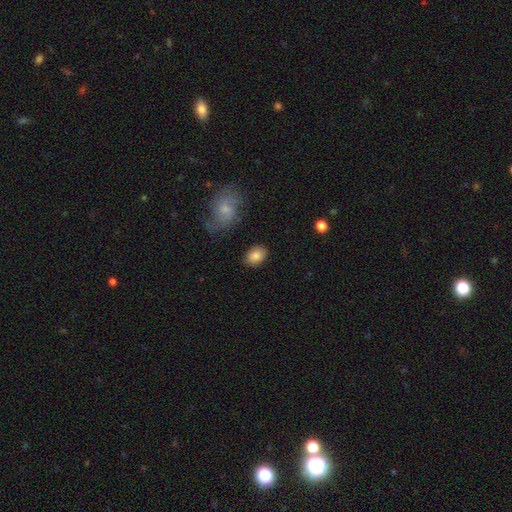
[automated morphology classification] smooth 85%, star or artifact 7%, featured or disk 7%. Down the decision tree: how rounded — in between (77%); merging — none (84%).